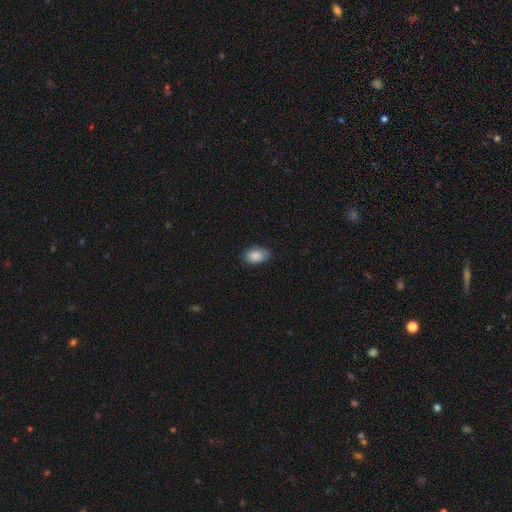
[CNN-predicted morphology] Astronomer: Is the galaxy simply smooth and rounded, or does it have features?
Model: smooth — 86%.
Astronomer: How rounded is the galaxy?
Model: in between — 89%.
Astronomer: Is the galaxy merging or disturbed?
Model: none — 82%.